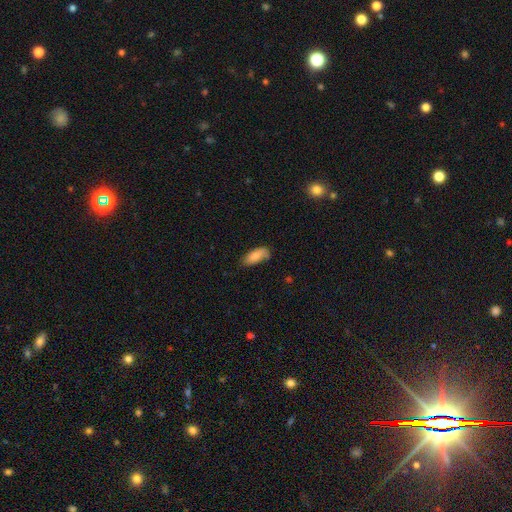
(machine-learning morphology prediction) smooth_or_featured: smooth (p=0.83) [alt: featured or disk p=0.11]
how_rounded: in between (p=0.82) [alt: cigar-shaped p=0.16]
merging: none (p=0.67) [alt: minor disturbance p=0.26]